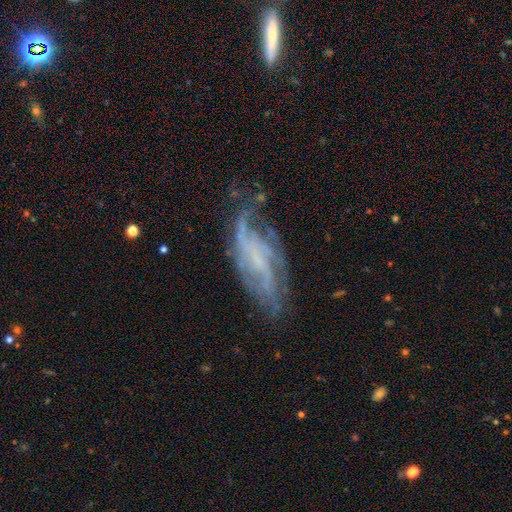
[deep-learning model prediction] Smooth or featured: featured or disk — 75% (smooth — 15%)
Edge-on disk: no — 89% (yes — 11%)
Bar: no — 53% (weak — 34%)
Spiral arms: yes — 86% (no — 14%)
Spiral winding: medium — 39% (tight — 31%)
Spiral arm count: can't tell — 36% (2 — 23%)
Bulge size: none — 49% (small — 37%)
Merging: none — 58% (minor disturbance — 23%)